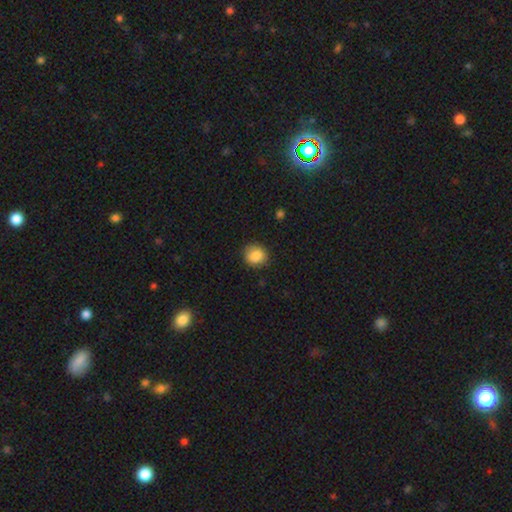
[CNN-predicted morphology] Q: Smooth or featured?
A: smooth (87%); runner-up: star or artifact (9%)
Q: How rounded?
A: round (83%); runner-up: in between (16%)
Q: Merging?
A: none (87%); runner-up: minor disturbance (10%)